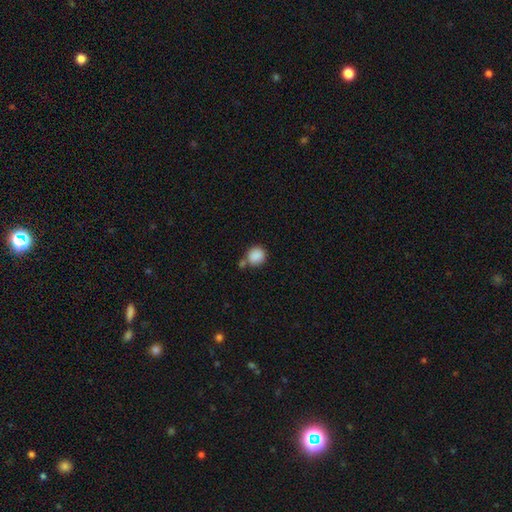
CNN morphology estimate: Smooth or featured? smooth (88%)
How rounded? round (85%)
Merging? none (63%)